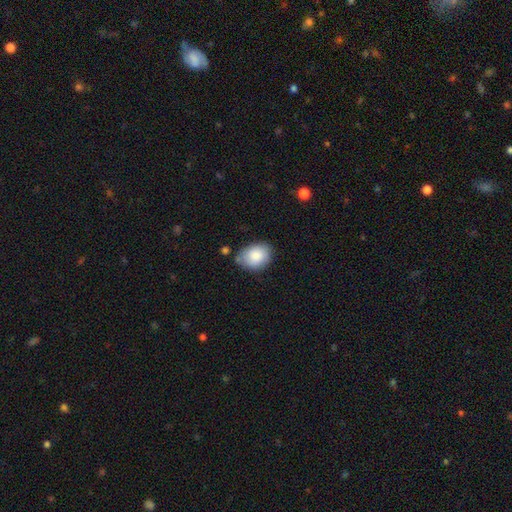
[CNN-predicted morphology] Smooth or featured? smooth (85%)
How rounded? in between (67%)
Merging? none (65%)